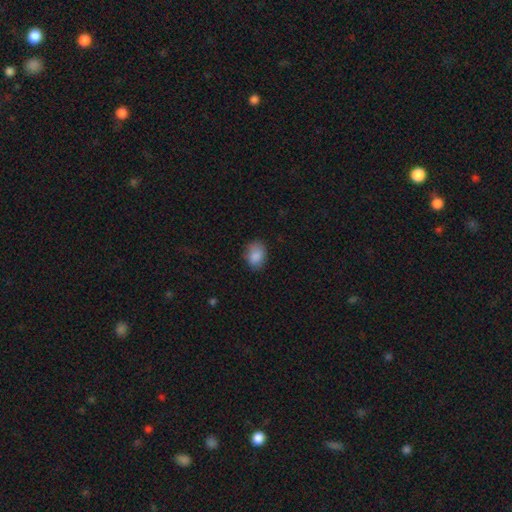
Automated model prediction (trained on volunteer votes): This appears to be a smooth galaxy with no disk features (87%) that is in between round and cigar-shaped (65%). Merging: none (75%).